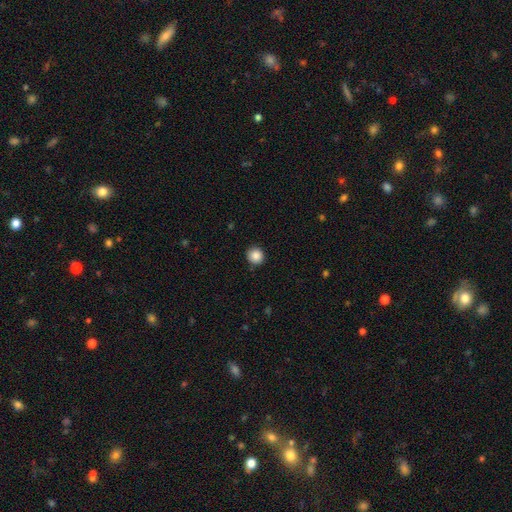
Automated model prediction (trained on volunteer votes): A smooth galaxy with no disk features (87%) that is round (92%).

Vote fractions:
- Smooth or featured? smooth: 87% / star or artifact: 9% / featured or disk: 4%
- How rounded? round: 92% / in between: 7% / cigar-shaped: 1%
- Merging? none: 90% / minor disturbance: 7% / major disturbance: 2% / merger: 1%